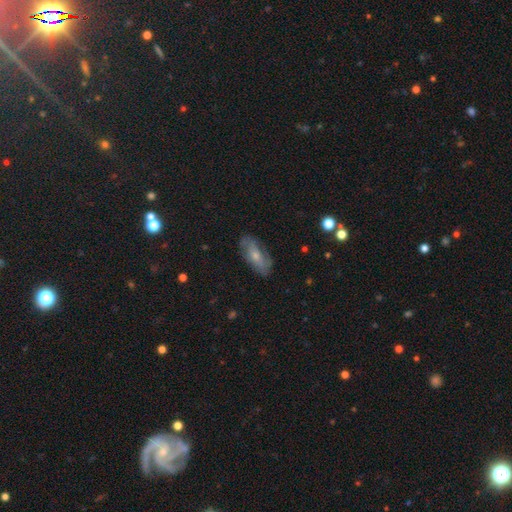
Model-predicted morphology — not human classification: This is possibly a smooth galaxy (48%). Merging: likely none (76%).